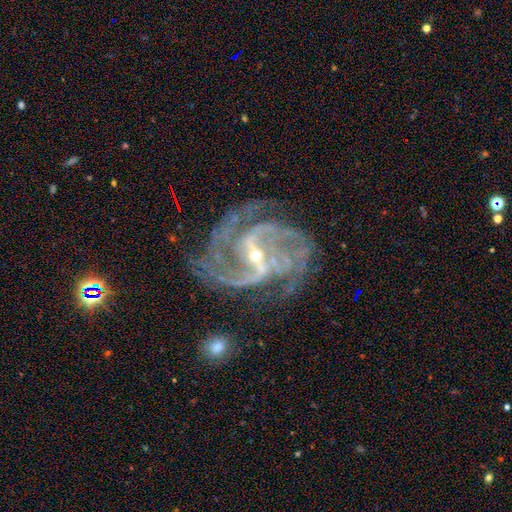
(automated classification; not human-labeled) Smooth or featured? Predicted: featured or disk (p=0.92). Edge-on disk? Predicted: no (p=0.98). Bar? Predicted: strong (p=0.51). Spiral arms? Predicted: yes (p=0.98). Spiral winding? Predicted: medium (p=0.52). Spiral arm count? Predicted: 2 (p=0.36). Bulge size? Predicted: small (p=0.76). Merging? Predicted: none (p=0.66).